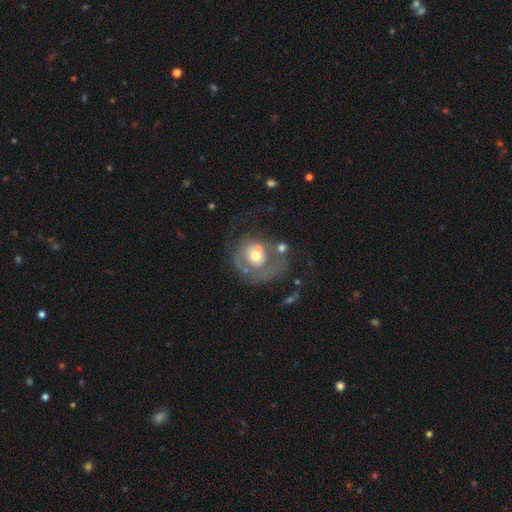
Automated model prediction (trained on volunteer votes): smooth-or-featured: featured or disk: 57% | smooth: 35% | star or artifact: 8%
  disk-edge-on: no: 97% | yes: 3%
    bar: no: 87% | weak: 11% | strong: 2%
    has-spiral-arms: no: 60% | yes: 40%
    bulge-size: moderate: 67% | small: 16% | large: 13% | none: 2% | dominant: 2%
  merging: major disturbance: 33% | none: 31% | merger: 20% | minor disturbance: 17%